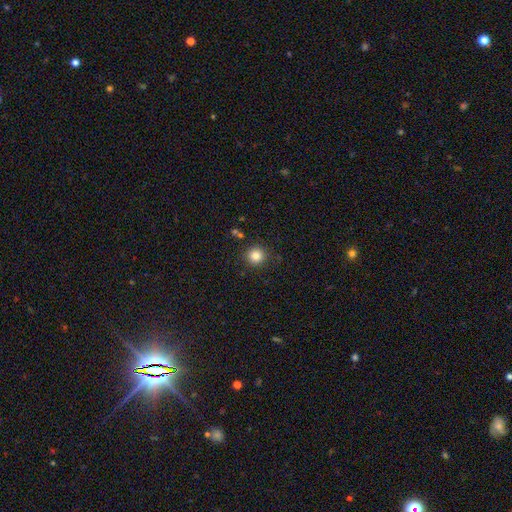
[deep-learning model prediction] The model was most divided on "smooth or featured": smooth: 84%, star or artifact: 11%, featured or disk: 5%. More confident: how rounded — round (94%); merging — none (89%).